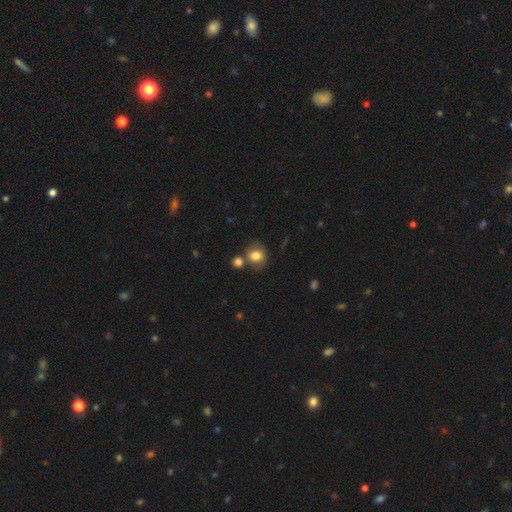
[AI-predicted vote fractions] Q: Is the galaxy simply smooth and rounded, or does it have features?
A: smooth — 80%.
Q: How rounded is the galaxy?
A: round — 71%.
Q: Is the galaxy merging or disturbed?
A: none — 61%.